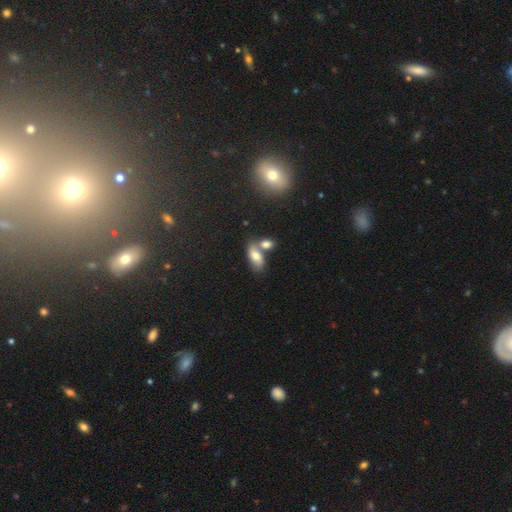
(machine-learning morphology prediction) smooth 72%, featured or disk 18%, star or artifact 10%. Down the decision tree: how rounded — in between (88%); merging — none (43%).